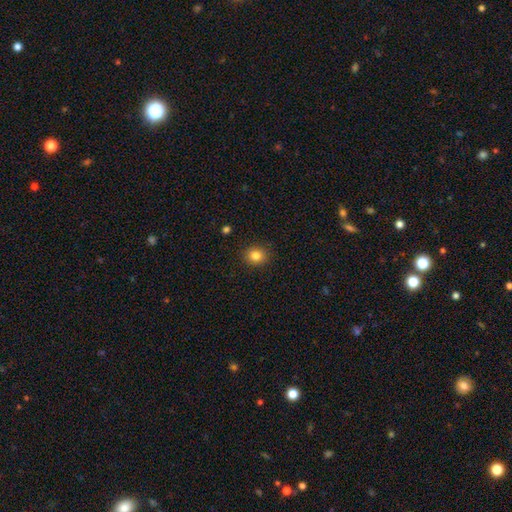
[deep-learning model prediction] Morphology: type=smooth (83%); roundness=round (77%); merging=none (90%).